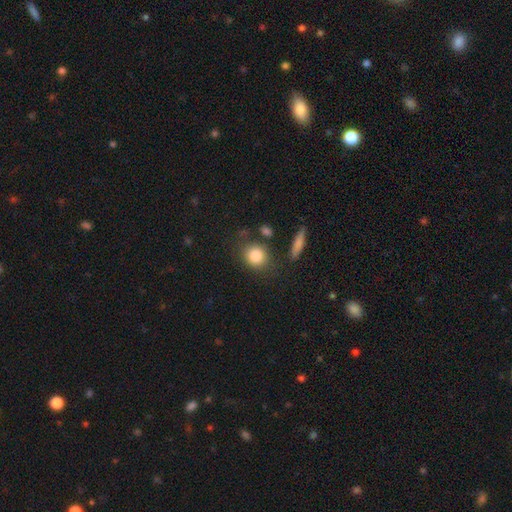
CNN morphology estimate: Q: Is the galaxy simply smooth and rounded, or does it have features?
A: smooth — 84%.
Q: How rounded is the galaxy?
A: round — 79%.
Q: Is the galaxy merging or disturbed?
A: none — 74%.